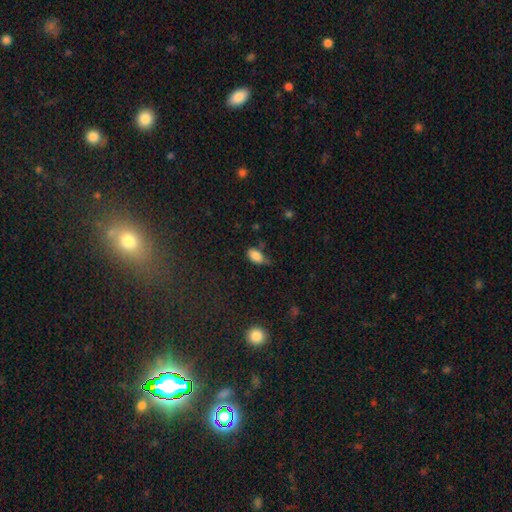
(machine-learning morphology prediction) This appears to be a smooth galaxy with no disk features (84%) that is in between round and cigar-shaped (91%). Merging: none (49%).